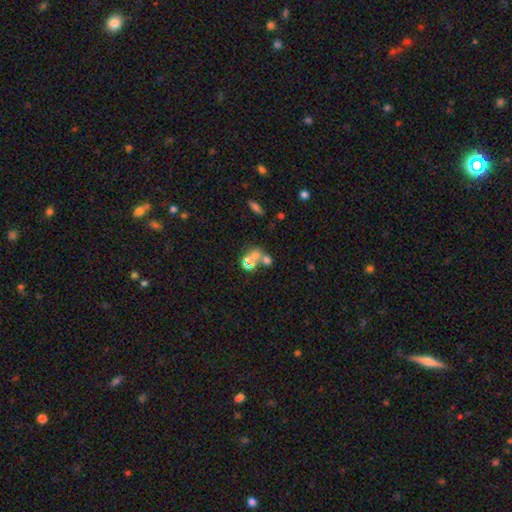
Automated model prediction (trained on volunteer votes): A smooth galaxy with no disk features (50%) that is round (65%). Merging: merger (52%).